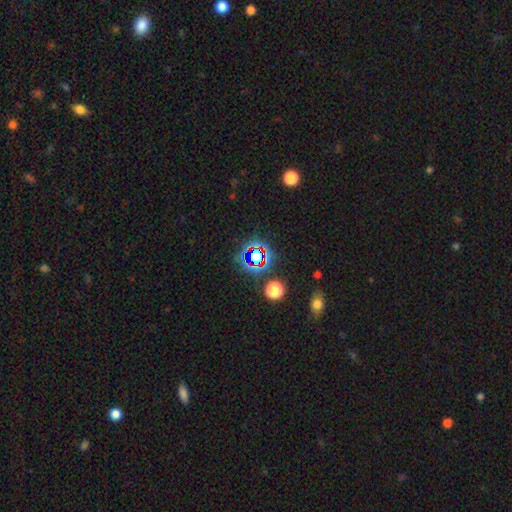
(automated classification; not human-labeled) Q: Smooth or featured?
A: star or artifact (72%); runner-up: smooth (19%)